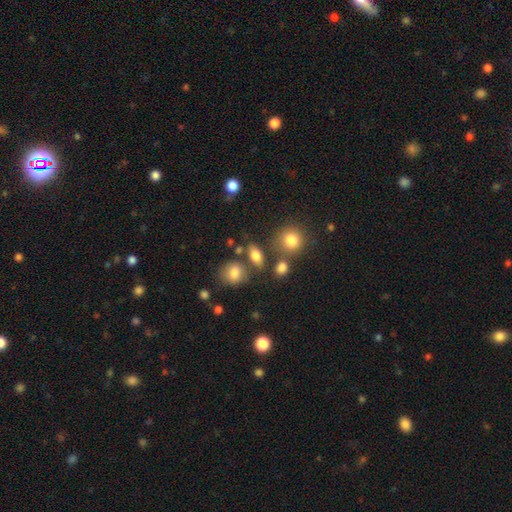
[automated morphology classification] smooth-or-featured: smooth: 78% | featured or disk: 11% | star or artifact: 11%
  how-rounded: in between: 73% | round: 21% | cigar-shaped: 7%
  merging: none: 71% | merger: 13% | minor disturbance: 12% | major disturbance: 5%